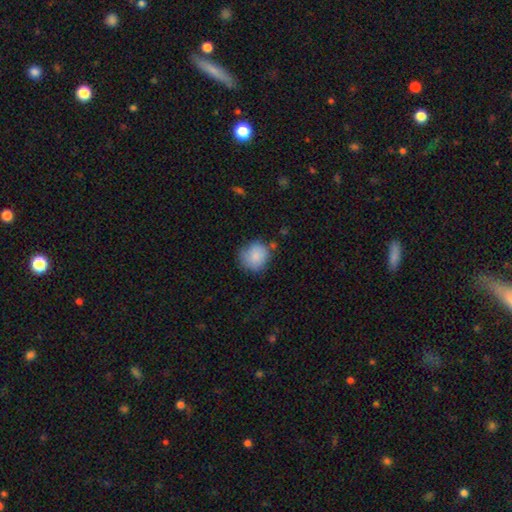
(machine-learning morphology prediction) type=smooth (85%); roundness=round (83%); merging=none (67%).